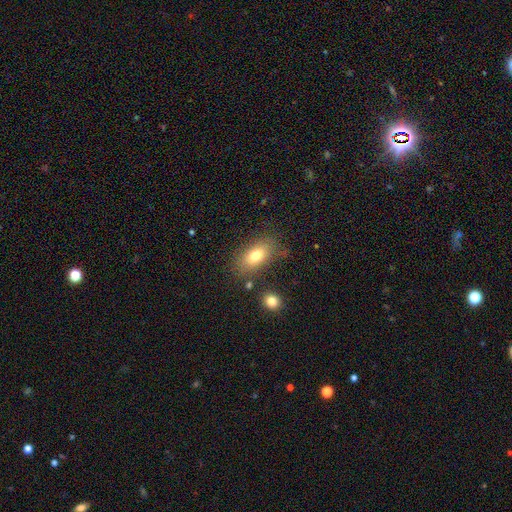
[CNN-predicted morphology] This appears to be a smooth galaxy with no disk features (75%) that is in between round and cigar-shaped (88%). Merging: none (74%).